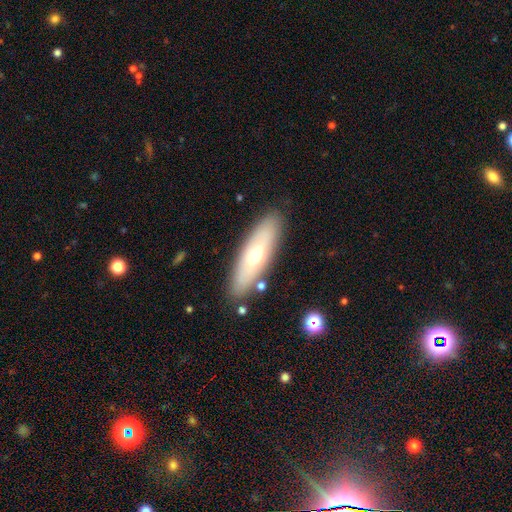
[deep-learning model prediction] Overall: smooth (52%; featured or disk 41%). How rounded: in between (52%; cigar-shaped 46%). Merging: none (85%).